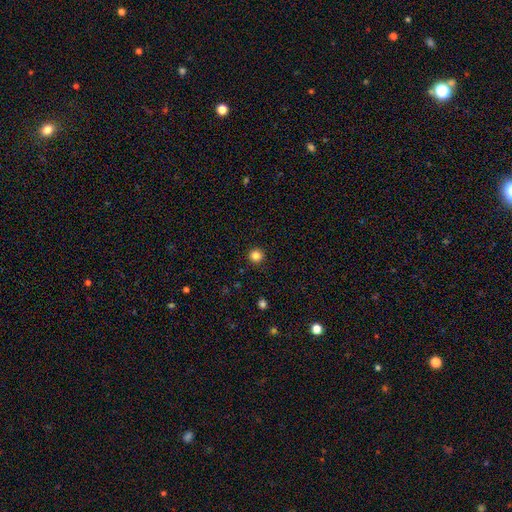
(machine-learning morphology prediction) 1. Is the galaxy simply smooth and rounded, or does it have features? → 84% smooth, 12% star or artifact, 4% featured or disk.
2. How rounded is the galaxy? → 95% round, 4% in between, 1% cigar-shaped.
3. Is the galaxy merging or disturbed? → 93% none, 5% minor disturbance, 2% major disturbance, 1% merger.